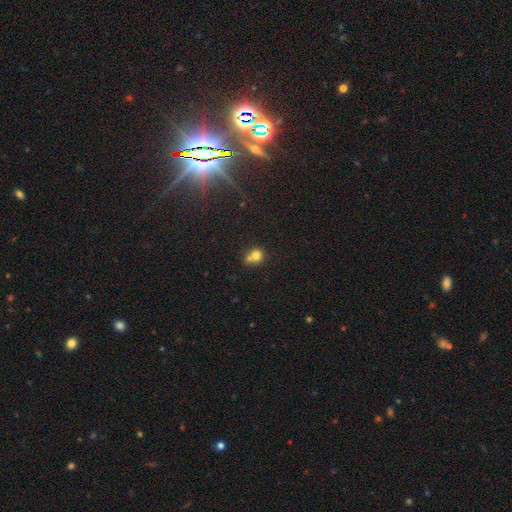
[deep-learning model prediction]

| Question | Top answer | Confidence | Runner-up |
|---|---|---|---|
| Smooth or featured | smooth | 75% | featured or disk (13%) |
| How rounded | round | 77% | in between (22%) |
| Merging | merger | 43% | none (42%) |